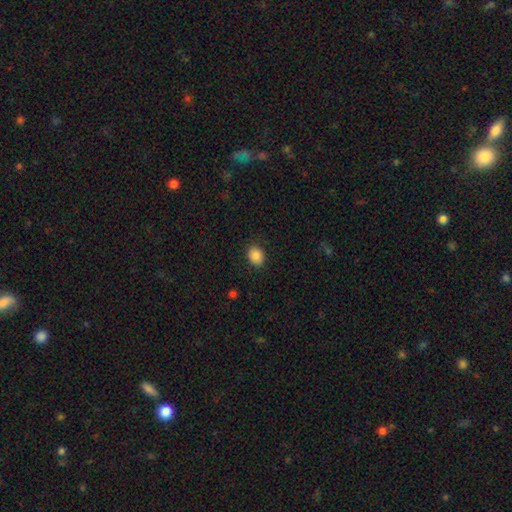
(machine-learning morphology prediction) Smooth or featured? smooth (86%)
How rounded? in between (50%)
Merging? none (87%)